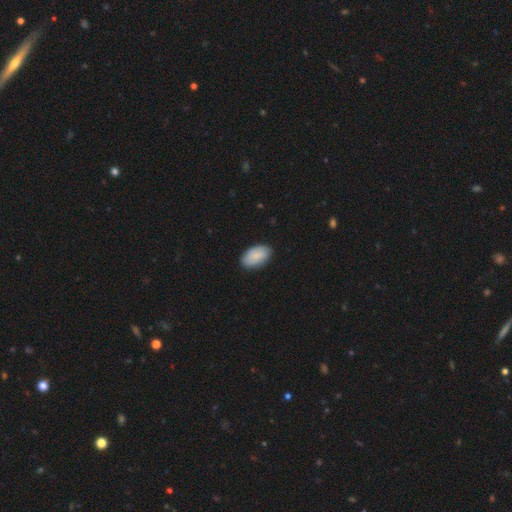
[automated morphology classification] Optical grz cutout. It shows a smooth galaxy with no disk features (82%) that is in between round and cigar-shaped (95%). Merging: none (86%).